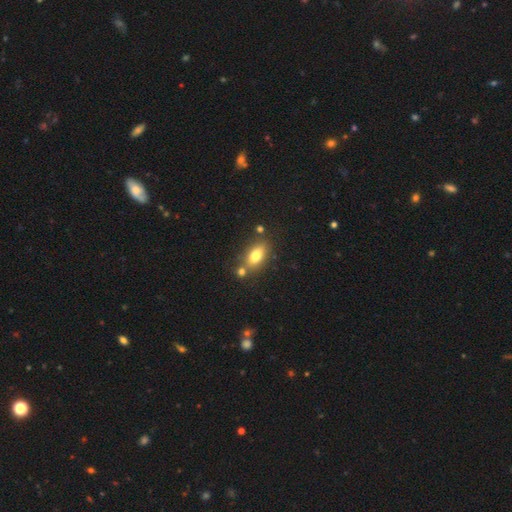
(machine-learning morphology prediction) This appears to be a smooth galaxy with no disk features (77%) that is in between round and cigar-shaped (85%). Merging: none (67%).